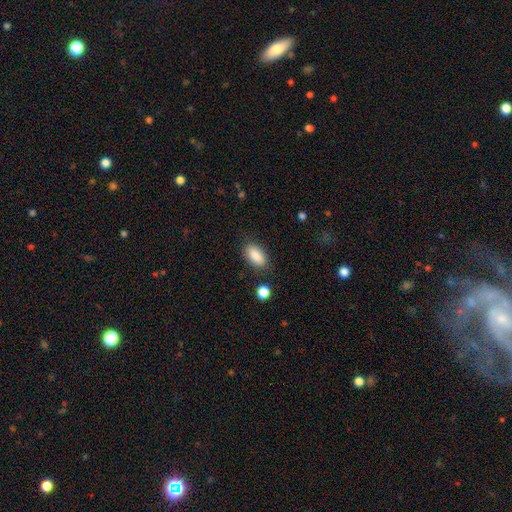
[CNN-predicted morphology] smooth 88%, star or artifact 7%, featured or disk 5%. Down the decision tree: how rounded — in between (91%); merging — none (83%).